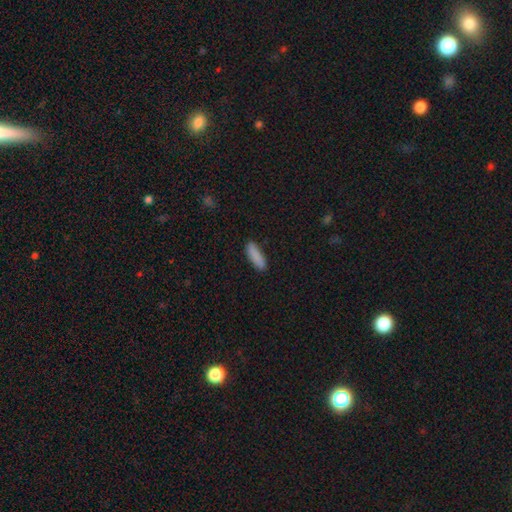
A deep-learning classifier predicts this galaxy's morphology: Smooth or featured: smooth — 88% (star or artifact — 6%)
How rounded: cigar-shaped — 53% (in between — 45%)
Merging: none — 87% (minor disturbance — 10%)